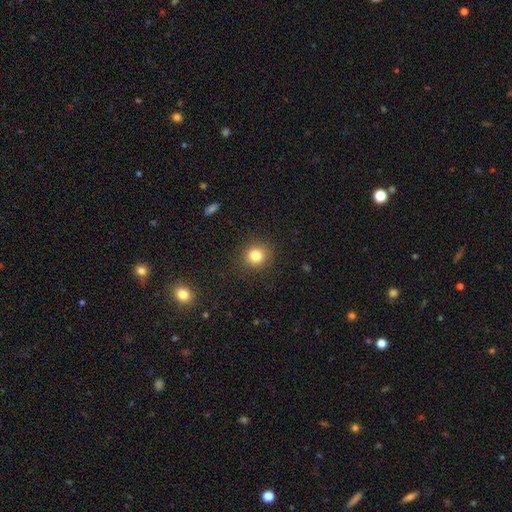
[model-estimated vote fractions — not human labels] smooth_or_featured: smooth (p=0.82) [alt: star or artifact p=0.12]
how_rounded: round (p=0.89) [alt: in between p=0.10]
merging: none (p=0.89) [alt: minor disturbance p=0.07]